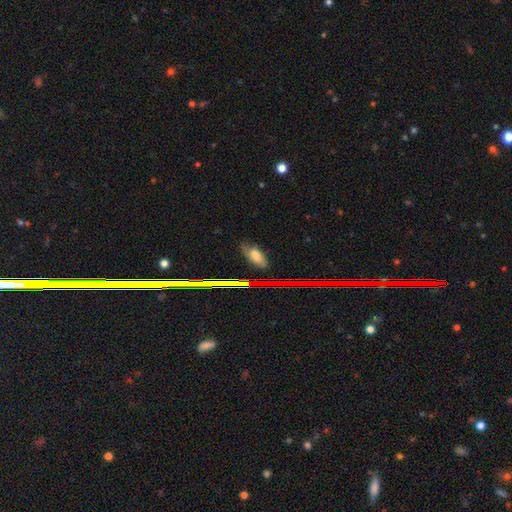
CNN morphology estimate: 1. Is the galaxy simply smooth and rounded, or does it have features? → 61% smooth, 23% featured or disk, 16% star or artifact.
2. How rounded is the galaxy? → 87% in between, 8% cigar-shaped, 5% round.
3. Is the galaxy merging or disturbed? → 69% none, 23% minor disturbance, 6% major disturbance, 2% merger.